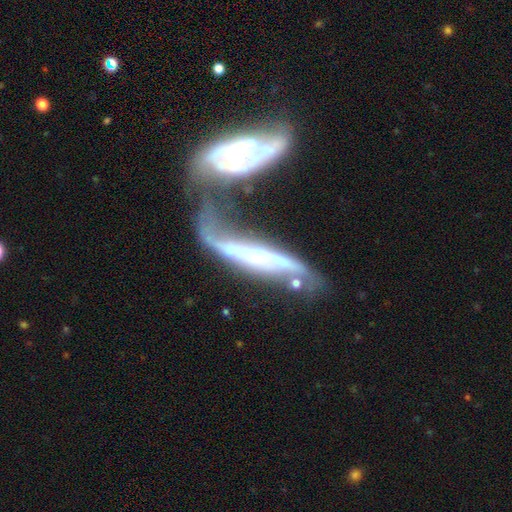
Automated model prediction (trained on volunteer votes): smooth_or_featured: featured or disk (p=0.75) [alt: smooth p=0.18]
disk_edge_on: no (p=0.56) [alt: yes p=0.44]
merging: merger (p=0.62) [alt: major disturbance p=0.15]